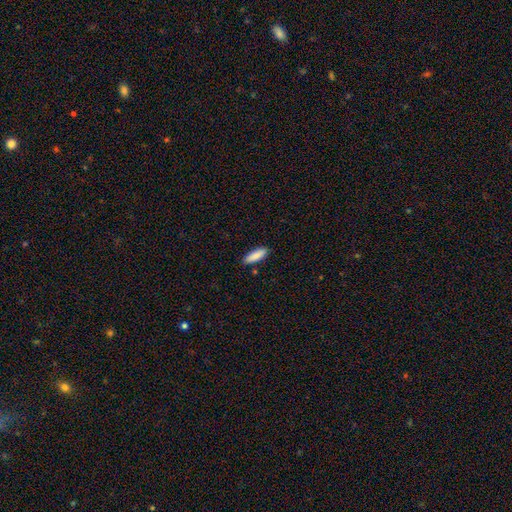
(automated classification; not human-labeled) Smooth or featured: smooth — 88% (featured or disk — 7%)
How rounded: in between — 52% (cigar-shaped — 47%)
Merging: none — 86% (minor disturbance — 10%)